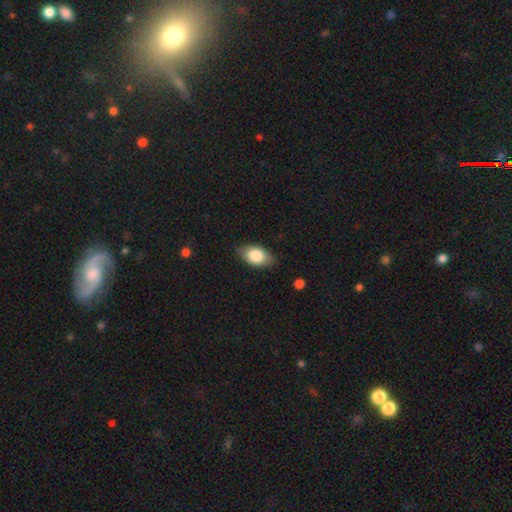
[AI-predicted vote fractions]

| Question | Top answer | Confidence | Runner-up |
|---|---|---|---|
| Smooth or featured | smooth | 82% | featured or disk (11%) |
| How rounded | in between | 90% | round (8%) |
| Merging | none | 81% | minor disturbance (15%) |